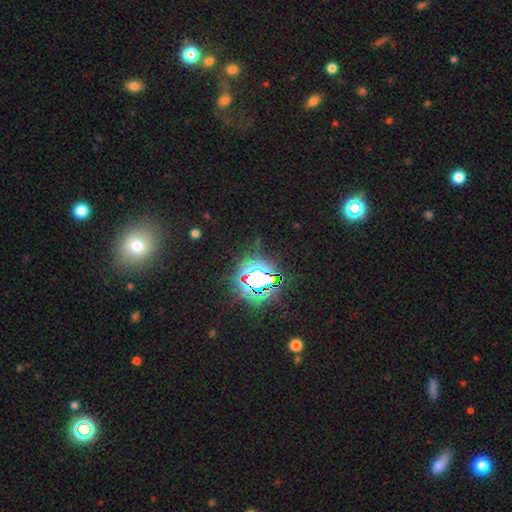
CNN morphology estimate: The model was most divided on "smooth or featured": star or artifact: 79%, smooth: 12%, featured or disk: 8%.